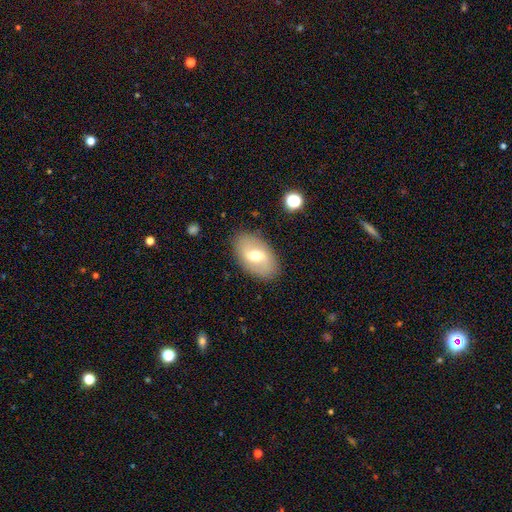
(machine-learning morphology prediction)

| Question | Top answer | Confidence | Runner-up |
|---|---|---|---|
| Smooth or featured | featured or disk | 49% | smooth (44%) |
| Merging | none | 85% | minor disturbance (10%) |